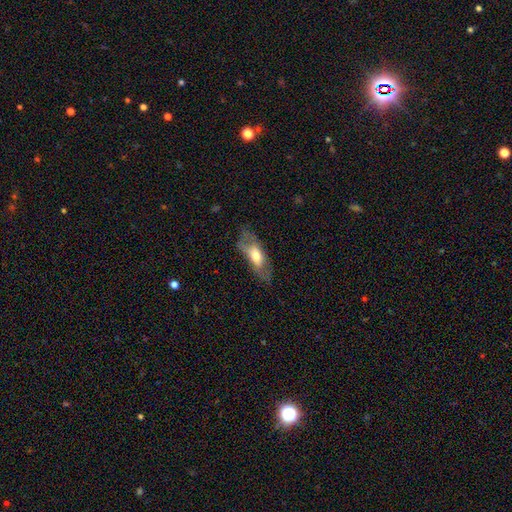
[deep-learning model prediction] Smooth or featured? smooth (53%)
How rounded? in between (71%)
Merging? none (60%)